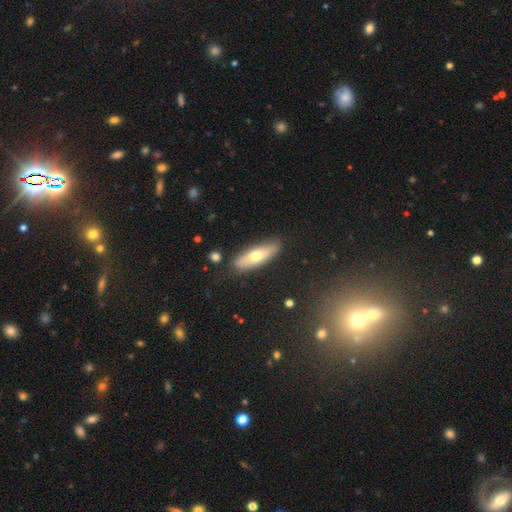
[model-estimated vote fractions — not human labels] A smooth galaxy with no disk features (61%) that is in between round and cigar-shaped (54%).

Vote fractions:
- Smooth or featured? smooth: 61% / featured or disk: 33% / star or artifact: 6%
- How rounded? in between: 54% / cigar-shaped: 43% / round: 2%
- Merging? none: 85% / minor disturbance: 11% / major disturbance: 3% / merger: 2%